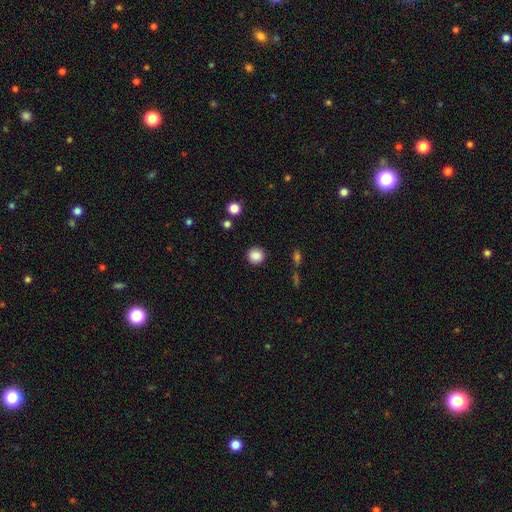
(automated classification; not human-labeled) smooth_or_featured: smooth (p=0.87) [alt: star or artifact p=0.10]
how_rounded: round (p=0.92) [alt: in between p=0.07]
merging: none (p=0.90) [alt: minor disturbance p=0.06]